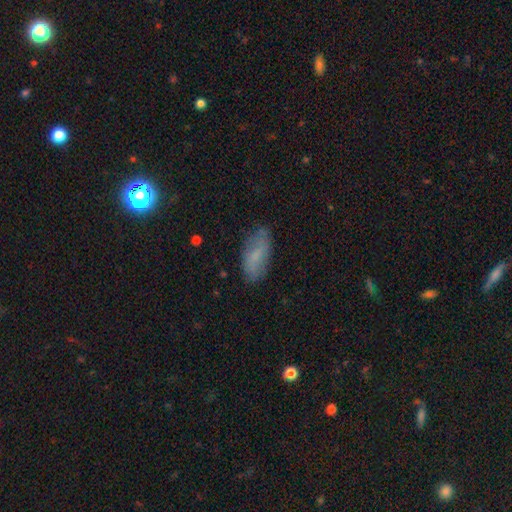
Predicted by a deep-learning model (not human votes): The model was most divided on "smooth or featured": smooth: 71%, featured or disk: 20%, star or artifact: 9%. More confident: how rounded — in between (83%); merging — none (76%).